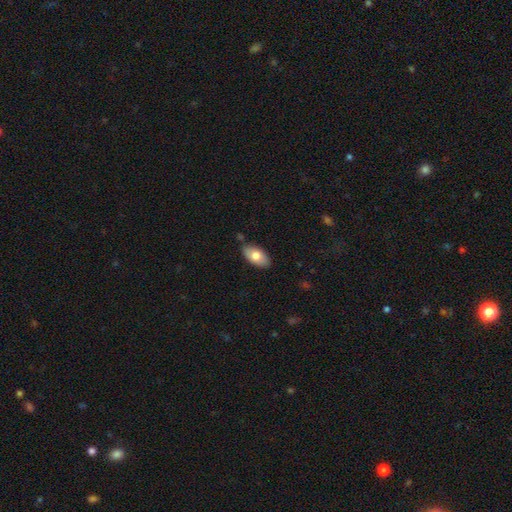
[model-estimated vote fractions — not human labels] Overall: smooth (75%). How rounded: in between (94%). Merging: none (81%).